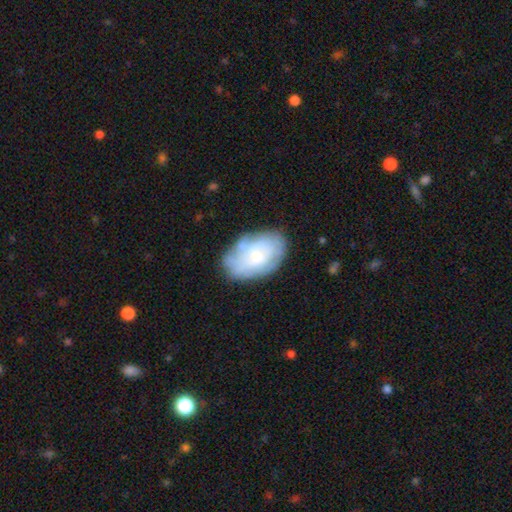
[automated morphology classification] featured or disk 47%, smooth 46%, star or artifact 7%. Down the decision tree: merging — none (65%).